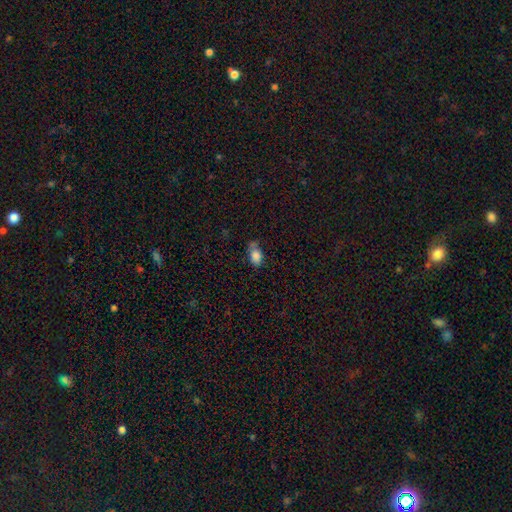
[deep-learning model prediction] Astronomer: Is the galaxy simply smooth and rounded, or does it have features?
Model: smooth — 82%.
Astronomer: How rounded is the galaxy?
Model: in between — 81%.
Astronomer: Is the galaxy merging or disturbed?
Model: none — 47% (runner-up: minor disturbance, 32%).